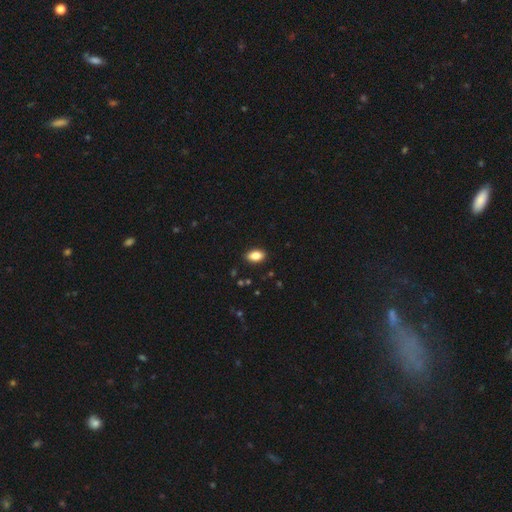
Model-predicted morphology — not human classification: A smooth galaxy with no disk features (85%) that is in between round and cigar-shaped (90%). Merging: none (89%).